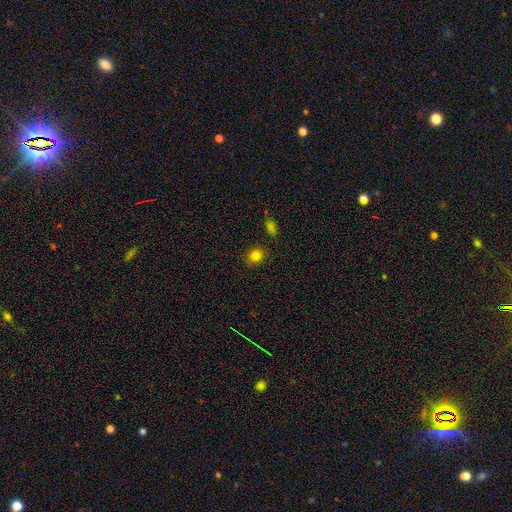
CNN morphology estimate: This appears to be a smooth galaxy with no disk features (83%) that is round (72%). Merging: none (87%).